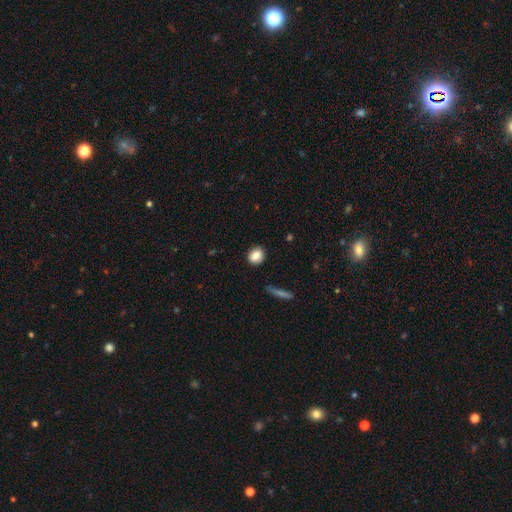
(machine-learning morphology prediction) type=smooth (84%); roundness=round (64%); merging=none (88%).